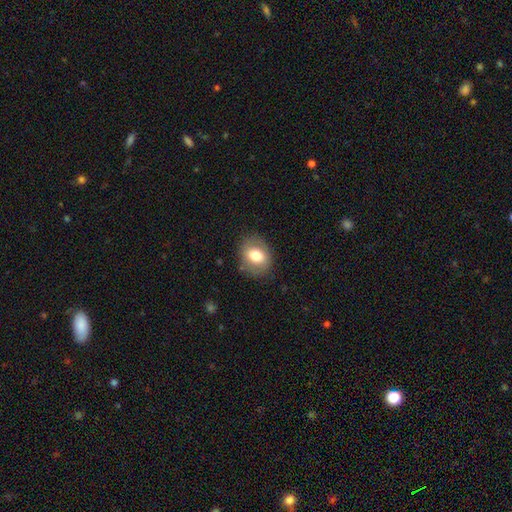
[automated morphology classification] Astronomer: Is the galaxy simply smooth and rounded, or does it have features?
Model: smooth — 72%.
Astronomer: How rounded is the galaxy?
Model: in between — 57% (runner-up: round, 42%).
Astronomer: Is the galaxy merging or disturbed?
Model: none — 81%.